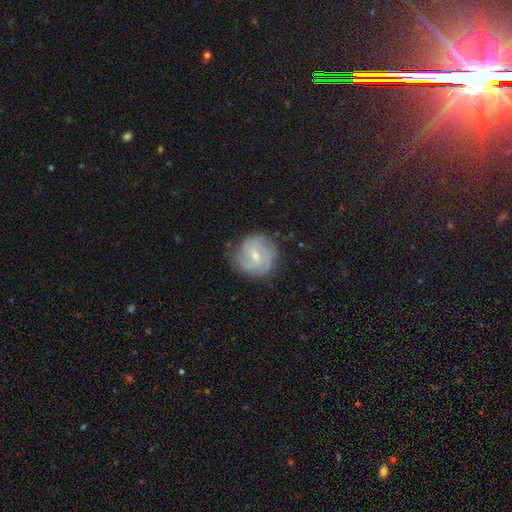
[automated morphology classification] Smooth or featured: featured or disk — 62% (smooth — 31%)
Edge-on disk: no — 97% (yes — 3%)
Bar: weak — 55% (no — 31%)
Spiral arms: yes — 80% (no — 20%)
Bulge size: small — 62% (moderate — 34%)
Merging: none — 74% (minor disturbance — 18%)